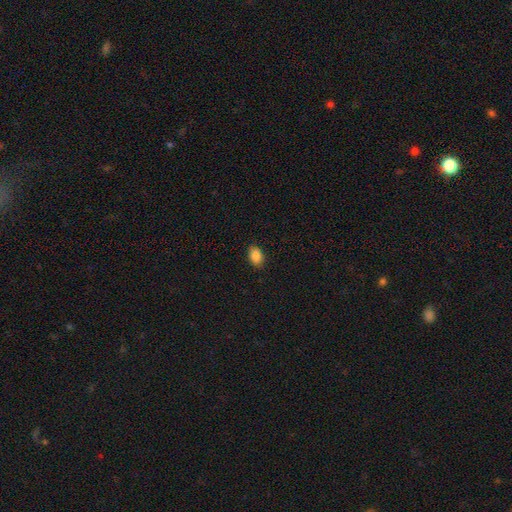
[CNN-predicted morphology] The model was most divided on "how rounded": in between: 81%, round: 18%, cigar-shaped: 1%. More confident: smooth or featured — smooth (88%); merging — none (85%).